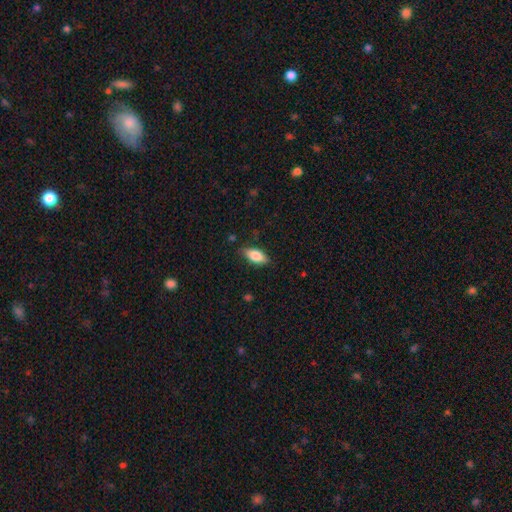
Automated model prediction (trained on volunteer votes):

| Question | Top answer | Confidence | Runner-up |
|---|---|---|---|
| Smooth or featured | smooth | 81% | featured or disk (12%) |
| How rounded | in between | 86% | cigar-shaped (11%) |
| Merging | none | 82% | minor disturbance (14%) |